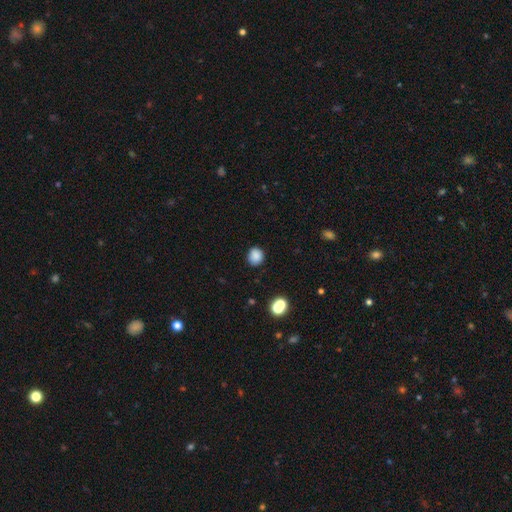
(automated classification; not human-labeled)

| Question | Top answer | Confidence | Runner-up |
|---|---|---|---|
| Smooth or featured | smooth | 86% | star or artifact (10%) |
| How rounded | round | 83% | in between (16%) |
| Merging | none | 87% | minor disturbance (9%) |